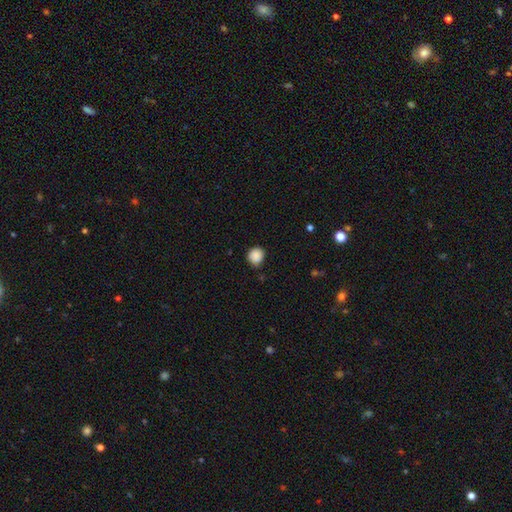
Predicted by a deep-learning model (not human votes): Smooth or featured? Predicted: smooth (p=0.88). How rounded? Predicted: round (p=0.85). Merging? Predicted: none (p=0.80).